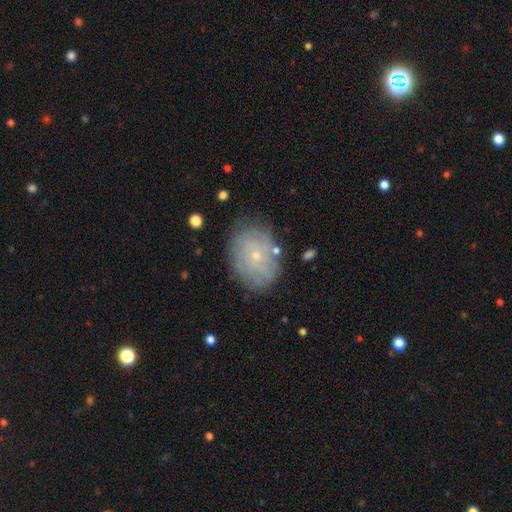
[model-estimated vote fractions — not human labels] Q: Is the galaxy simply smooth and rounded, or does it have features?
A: featured or disk — 57%.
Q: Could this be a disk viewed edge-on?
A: no — 96%.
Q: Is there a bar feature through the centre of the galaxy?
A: no — 86%.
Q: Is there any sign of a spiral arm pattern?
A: yes — 69%.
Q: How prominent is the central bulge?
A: small — 83%.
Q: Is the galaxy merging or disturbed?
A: none — 76%.